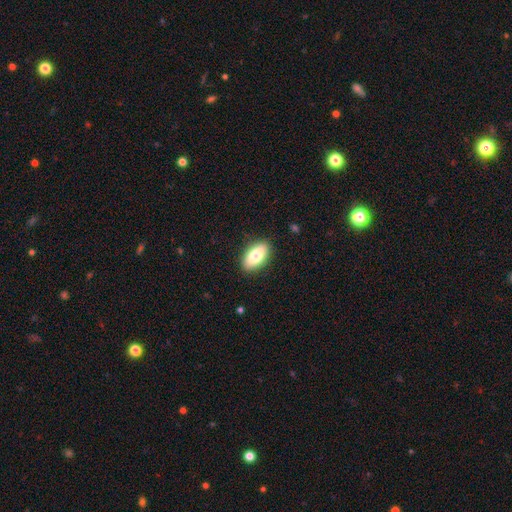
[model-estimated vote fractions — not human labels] This appears to be a smooth galaxy with no disk features (79%) that is in between round and cigar-shaped (92%). Merging: none (88%).